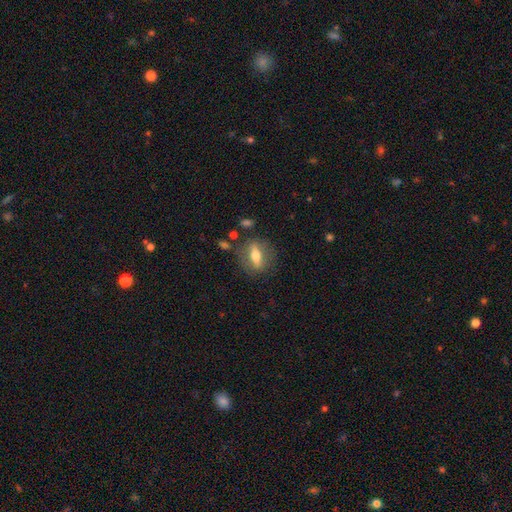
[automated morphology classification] Smooth or featured? Predicted: smooth (p=0.51). How rounded? Predicted: in between (p=0.59). Merging? Predicted: none (p=0.77).